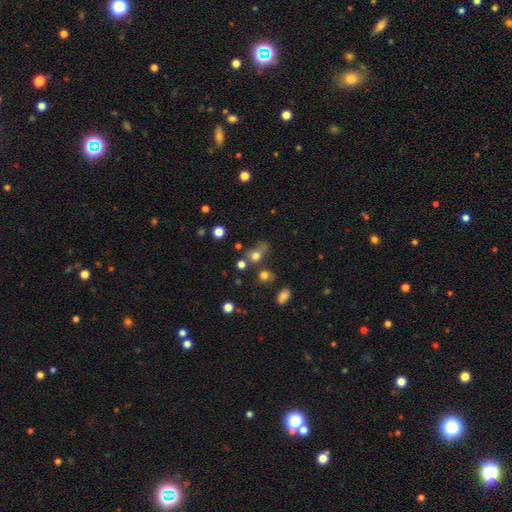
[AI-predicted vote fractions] Morphology: type=smooth (69%); roundness=round (62%); merging=none (37%).